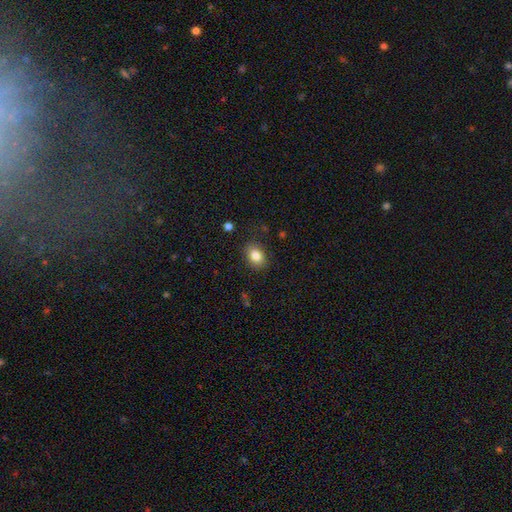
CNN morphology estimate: Smooth or featured? Predicted: smooth (p=0.83). How rounded? Predicted: in between (p=0.70). Merging? Predicted: none (p=0.85).